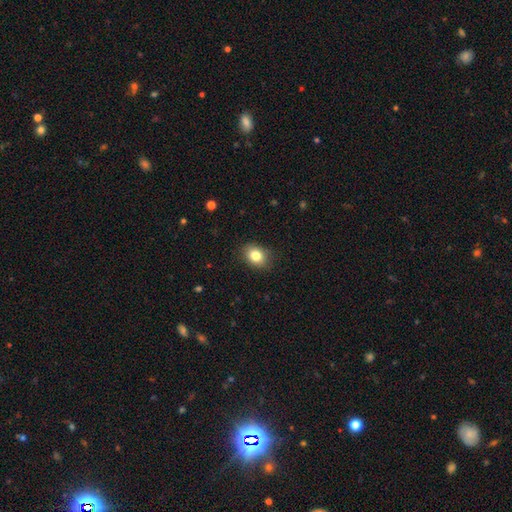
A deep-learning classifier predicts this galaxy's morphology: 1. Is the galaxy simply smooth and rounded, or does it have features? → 83% smooth, 9% star or artifact, 8% featured or disk.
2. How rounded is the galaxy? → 64% in between, 36% round, 1% cigar-shaped.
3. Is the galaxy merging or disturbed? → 86% none, 11% minor disturbance, 2% major disturbance, 1% merger.